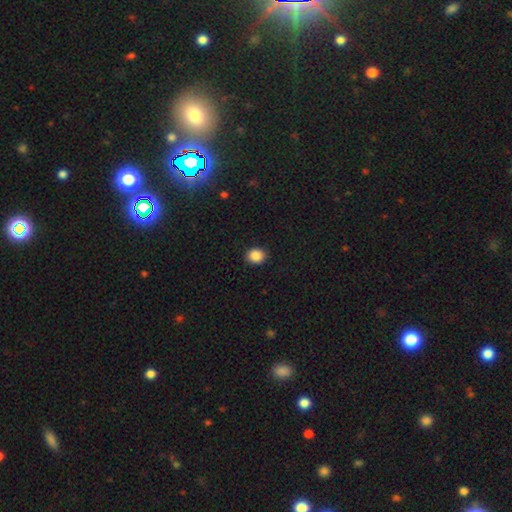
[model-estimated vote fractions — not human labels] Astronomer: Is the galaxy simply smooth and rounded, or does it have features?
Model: smooth — 88%.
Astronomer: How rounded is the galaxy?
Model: round — 72%.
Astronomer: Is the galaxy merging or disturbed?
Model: none — 91%.